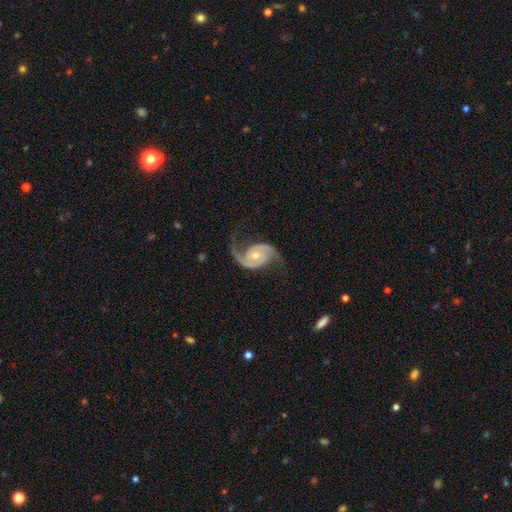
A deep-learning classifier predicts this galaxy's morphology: smooth-or-featured: featured or disk: 92% | star or artifact: 4% | smooth: 4%
  disk-edge-on: no: 98% | yes: 2%
    bar: no: 66% | weak: 27% | strong: 7%
    has-spiral-arms: yes: 98% | no: 2%
      spiral-winding: medium: 50% | loose: 32% | tight: 18%
      spiral-arm-count: 2: 93% | 1: 2% | can't tell: 2% | 3: 1% | 4: 1% | more than 4: 1%
    bulge-size: moderate: 62% | small: 33% | large: 3% | none: 1% | dominant: 1%
  merging: none: 71% | minor disturbance: 17% | major disturbance: 10% | merger: 2%